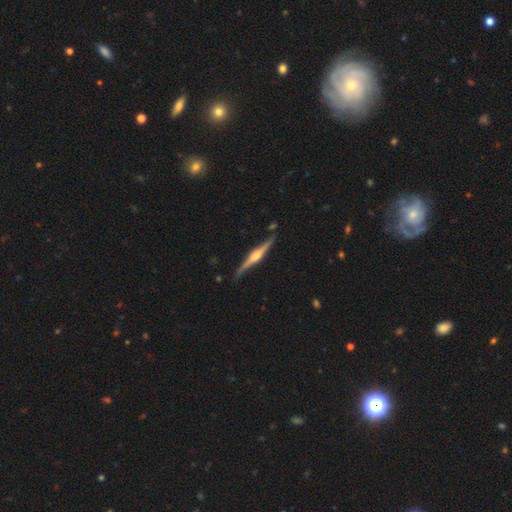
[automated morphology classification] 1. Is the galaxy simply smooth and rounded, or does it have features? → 83% featured or disk, 12% smooth, 5% star or artifact.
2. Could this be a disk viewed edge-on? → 98% yes, 2% no.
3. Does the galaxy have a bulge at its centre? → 87% rounded, 9% boxy, 4% none.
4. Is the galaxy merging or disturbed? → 84% none, 11% minor disturbance, 2% merger, 2% major disturbance.